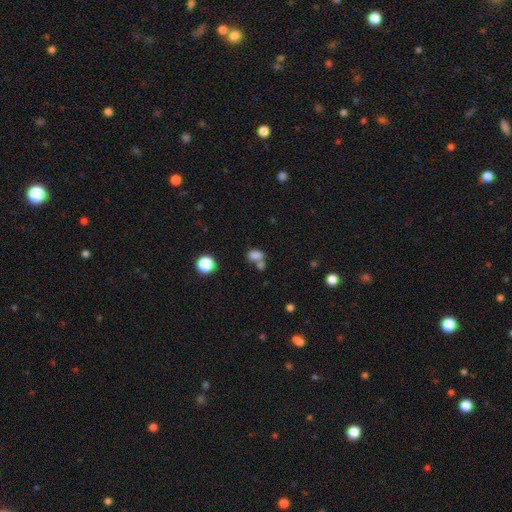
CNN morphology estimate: type=smooth (77%); roundness=in between (69%); merging=merger (46%).